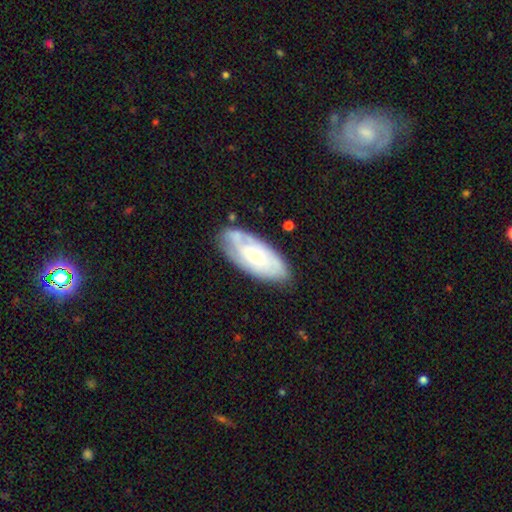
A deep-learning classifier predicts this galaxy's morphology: The model was most divided on "smooth or featured": featured or disk: 57%, smooth: 37%, star or artifact: 6%. More confident: edge-on disk — no (89%); bar — no (78%); spiral arms — yes (77%); merging — none (73%); bulge size — small (64%).